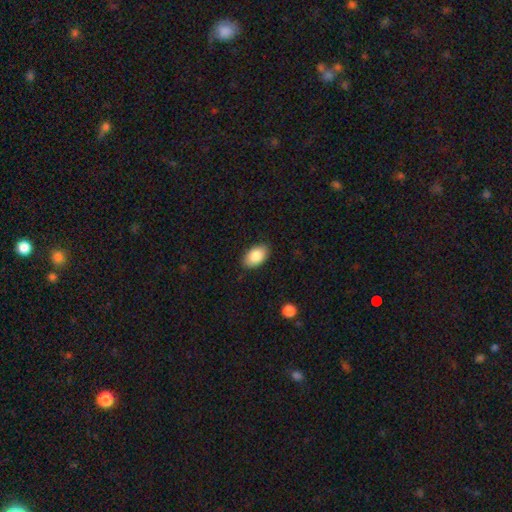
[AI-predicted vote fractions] This is clearly a smooth galaxy (86%). How rounded: clearly in between (93%). Merging: clearly none (86%).